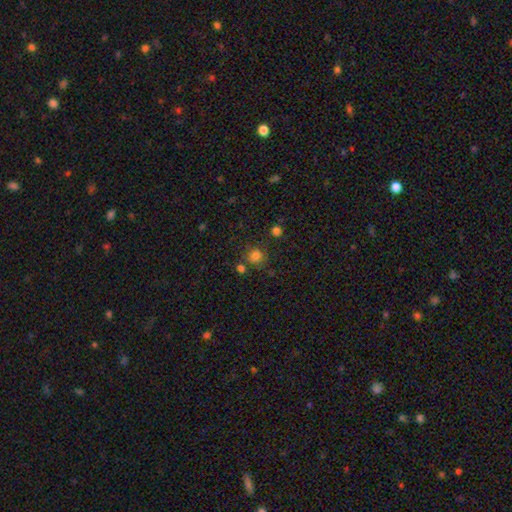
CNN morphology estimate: The model was most divided on "smooth or featured": smooth: 78%, star or artifact: 16%, featured or disk: 6%. More confident: how rounded — round (90%); merging — none (76%).